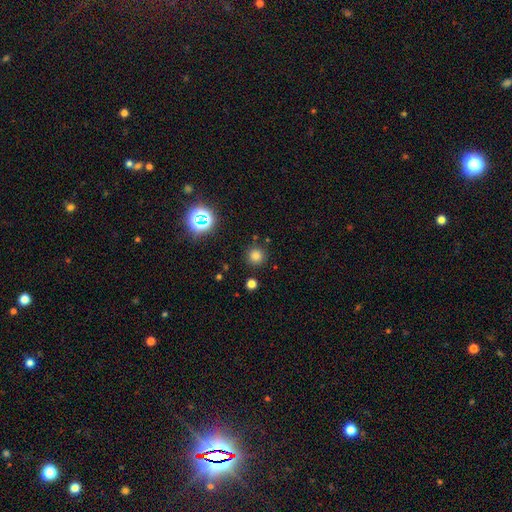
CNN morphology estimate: Smooth or featured? smooth (76%)
How rounded? round (94%)
Merging? none (88%)